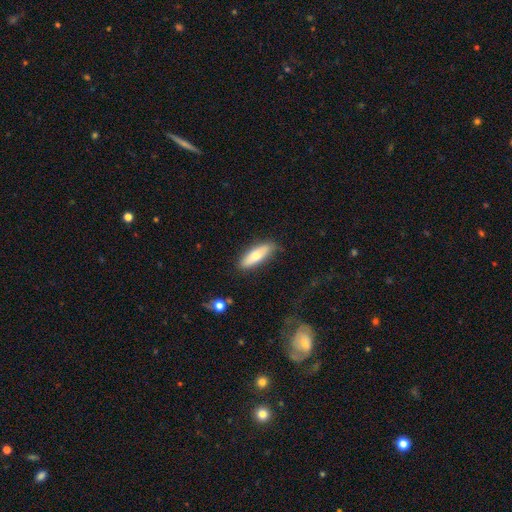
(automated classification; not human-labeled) Morphology: type=smooth (66%); roundness=in between (52%); merging=none (81%).